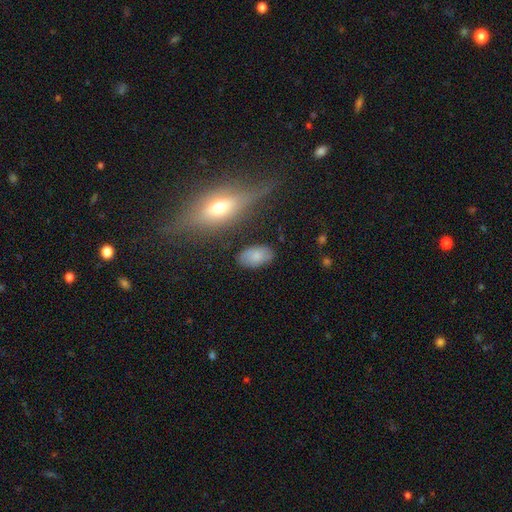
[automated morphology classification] A smooth galaxy with no disk features (80%) that is in between round and cigar-shaped (93%). Merging: none (75%).